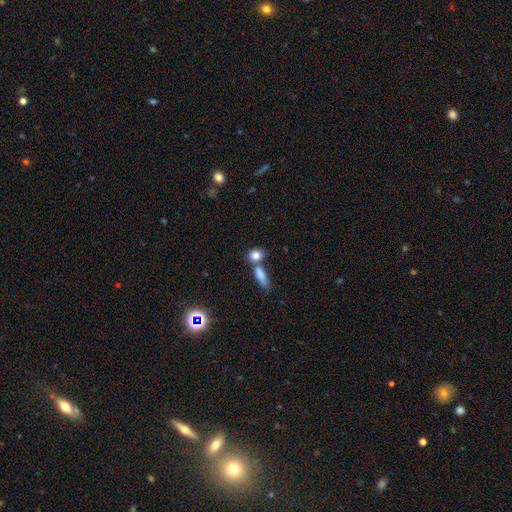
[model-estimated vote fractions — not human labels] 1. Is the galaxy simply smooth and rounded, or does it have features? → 83% smooth, 9% star or artifact, 8% featured or disk.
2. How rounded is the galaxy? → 49% in between, 44% round, 6% cigar-shaped.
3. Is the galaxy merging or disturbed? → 47% none, 38% merger, 11% minor disturbance, 5% major disturbance.